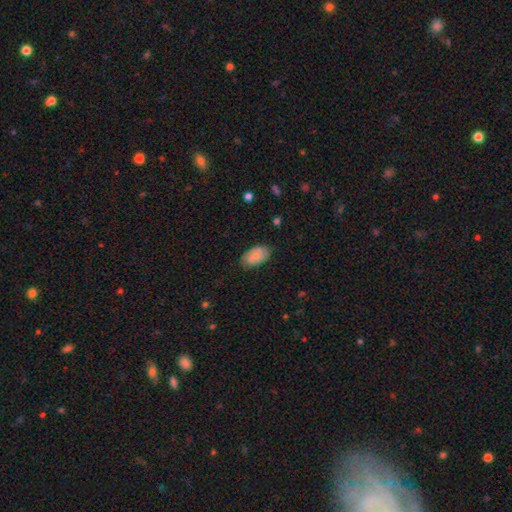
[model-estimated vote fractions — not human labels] Smooth or featured?
  - smooth: 76% *
  - featured or disk: 17%
  - star or artifact: 7%
How rounded?
  - in between: 94% *
  - round: 4%
  - cigar-shaped: 2%
Merging?
  - none: 80% *
  - minor disturbance: 16%
  - major disturbance: 3%
  - merger: 1%